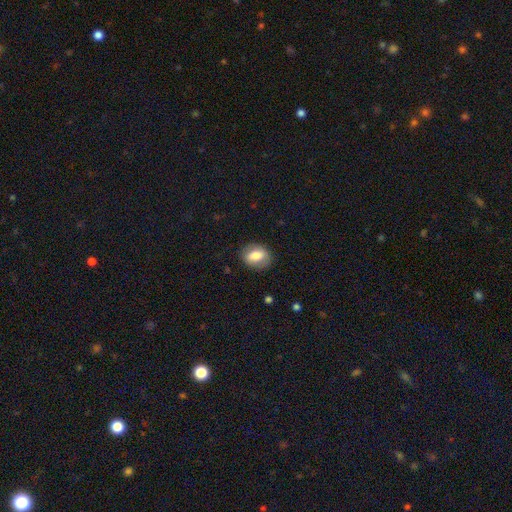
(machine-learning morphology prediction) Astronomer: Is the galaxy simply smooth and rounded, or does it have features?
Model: smooth — 75%.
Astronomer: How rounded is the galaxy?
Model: in between — 69%.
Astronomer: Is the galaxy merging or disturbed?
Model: none — 82%.